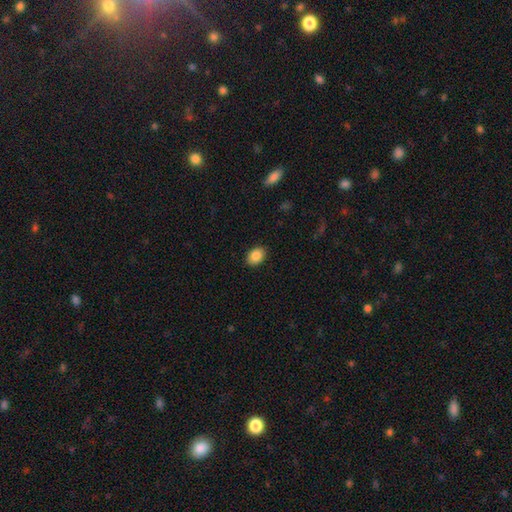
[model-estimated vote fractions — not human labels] Morphology: type=smooth (86%); roundness=in between (77%); merging=none (89%).